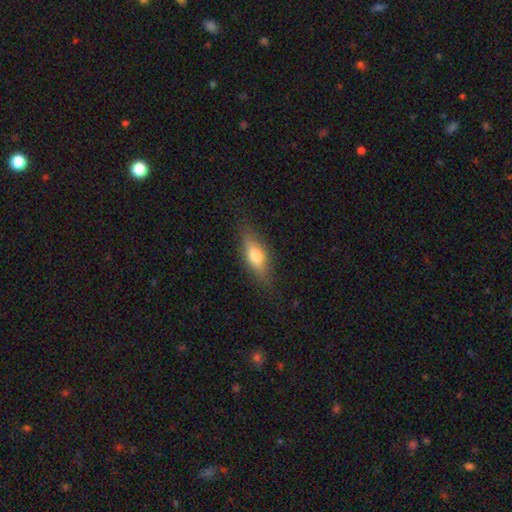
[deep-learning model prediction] Smooth or featured?
  - smooth: 62% *
  - featured or disk: 30%
  - star or artifact: 7%
How rounded?
  - in between: 62% *
  - cigar-shaped: 33%
  - round: 5%
Merging?
  - none: 82% *
  - minor disturbance: 14%
  - major disturbance: 4%
  - merger: 1%